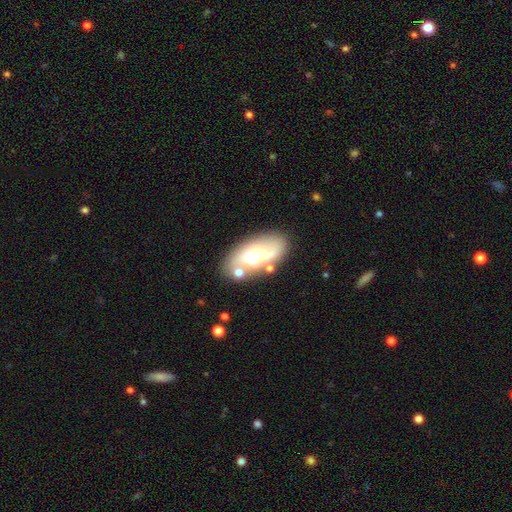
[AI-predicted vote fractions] This appears to be a featured or disk galaxy (55%). Merging: none (67%).